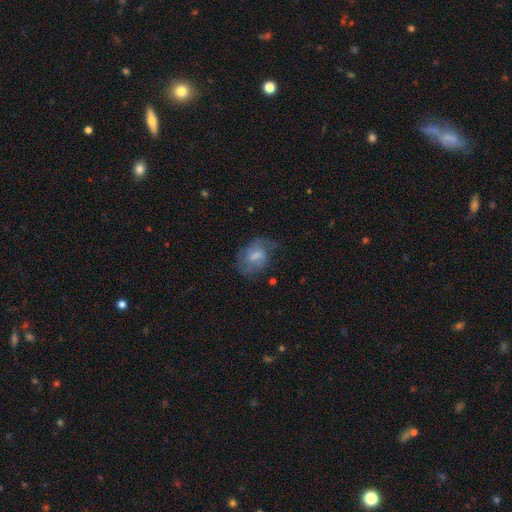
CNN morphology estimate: Smooth or featured? featured or disk (52%)
Edge-on disk? no (97%)
Bar? weak (56%)
Spiral arms? yes (74%)
Bulge size? moderate (39%)
Merging? none (46%)